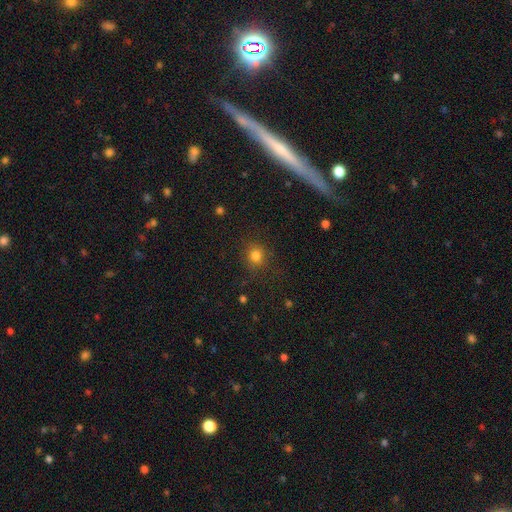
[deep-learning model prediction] smooth-or-featured: smooth: 80% | star or artifact: 14% | featured or disk: 5%
  how-rounded: round: 86% | in between: 13% | cigar-shaped: 1%
  merging: none: 85% | minor disturbance: 10% | major disturbance: 4% | merger: 1%